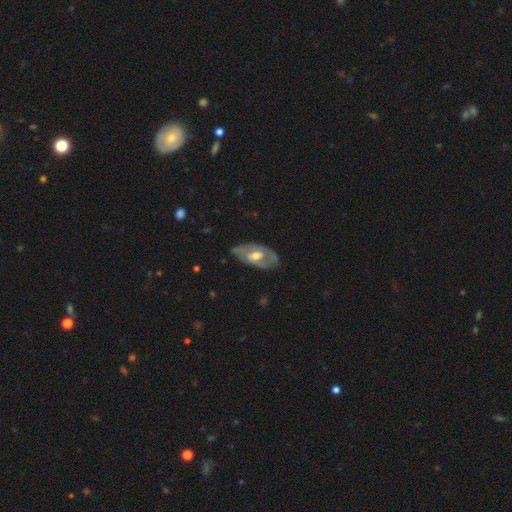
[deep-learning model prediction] Morphology: type=featured or disk (65%); edge-on=no (88%); bar=no (49%); spiral arms=no (52%); bulge=moderate (69%); merging=none (68%).